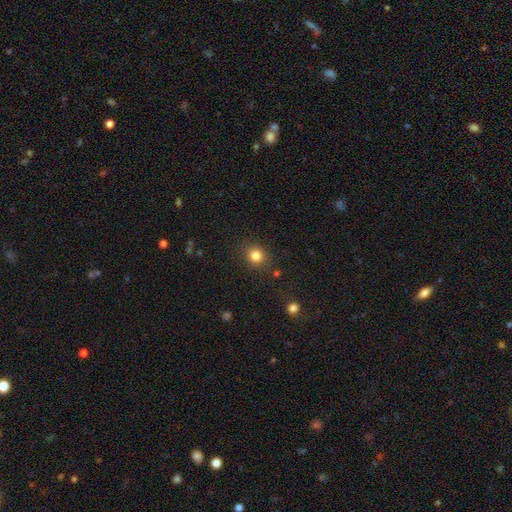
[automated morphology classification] Smooth or featured? smooth (83%)
How rounded? round (86%)
Merging? none (87%)